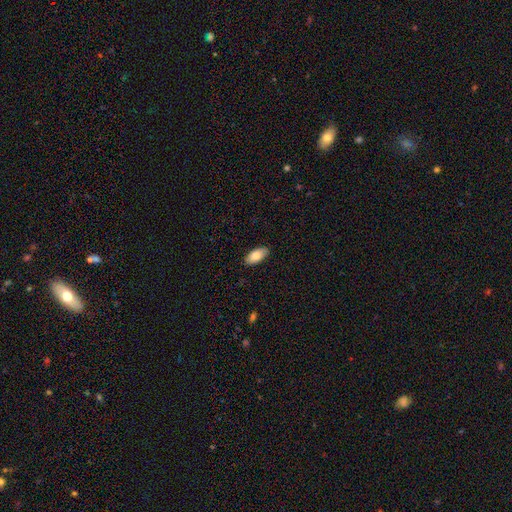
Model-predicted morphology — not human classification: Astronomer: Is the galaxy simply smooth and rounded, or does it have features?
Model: smooth — 82%.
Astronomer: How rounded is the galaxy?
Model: in between — 92%.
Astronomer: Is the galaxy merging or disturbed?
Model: none — 88%.